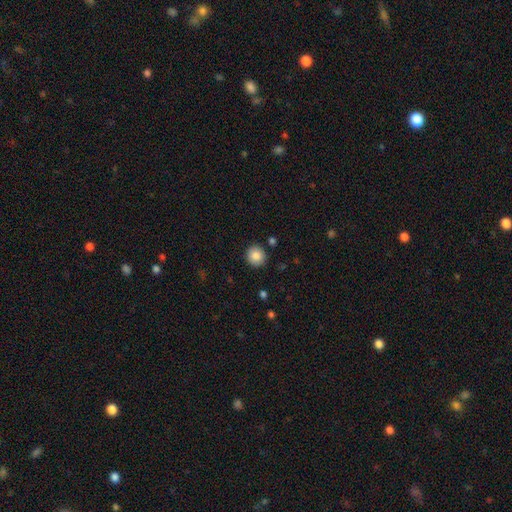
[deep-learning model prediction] Overall: smooth (86%). How rounded: round (92%). Merging: none (90%).